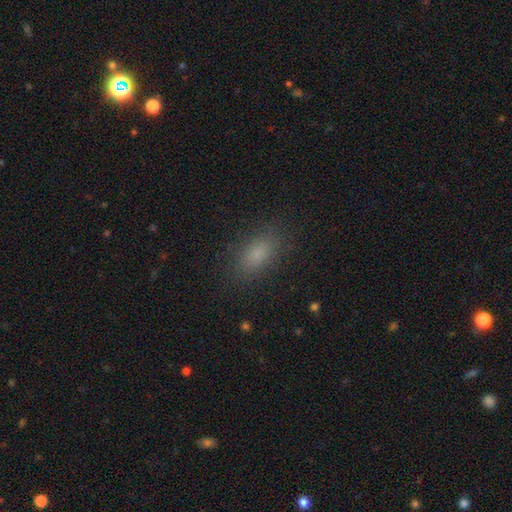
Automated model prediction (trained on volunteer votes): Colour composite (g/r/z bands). It shows a smooth galaxy with no disk features (81%) that is in between round and cigar-shaped (84%). Merging: none (84%).